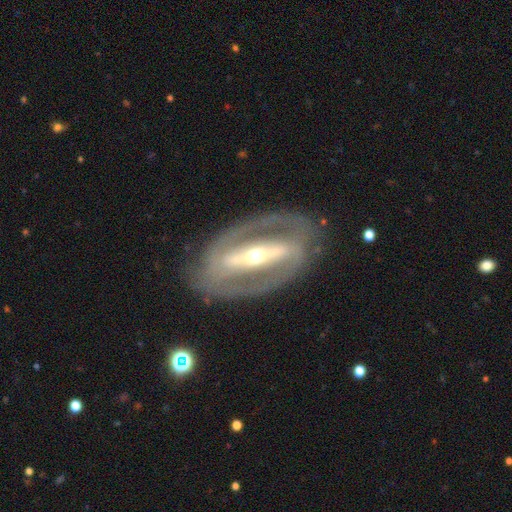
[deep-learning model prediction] Smooth or featured?
  - featured or disk: 86% *
  - smooth: 9%
  - star or artifact: 5%
Edge-on disk?
  - no: 89% *
  - yes: 11%
Bar?
  - strong: 77% *
  - weak: 13%
  - no: 10%
Spiral arms?
  - yes: 69% *
  - no: 31%
Spiral winding?
  - tight: 49% *
  - medium: 38%
  - loose: 13%
Spiral arm count?
  - 2: 82% *
  - can't tell: 11%
  - 1: 3%
  - 3: 2%
  - 4: 1%
  - more than 4: 1%
Bulge size?
  - moderate: 51% *
  - small: 41%
  - large: 6%
  - dominant: 1%
  - none: 1%
Merging?
  - none: 81% *
  - minor disturbance: 11%
  - major disturbance: 7%
  - merger: 1%